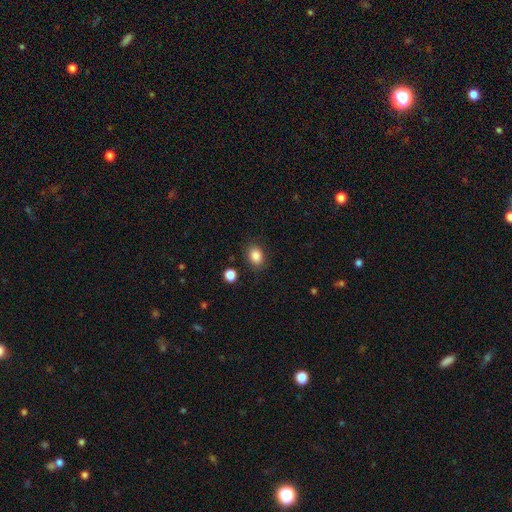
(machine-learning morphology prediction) Smooth or featured? Predicted: smooth (p=0.86). How rounded? Predicted: in between (p=0.60). Merging? Predicted: none (p=0.84).